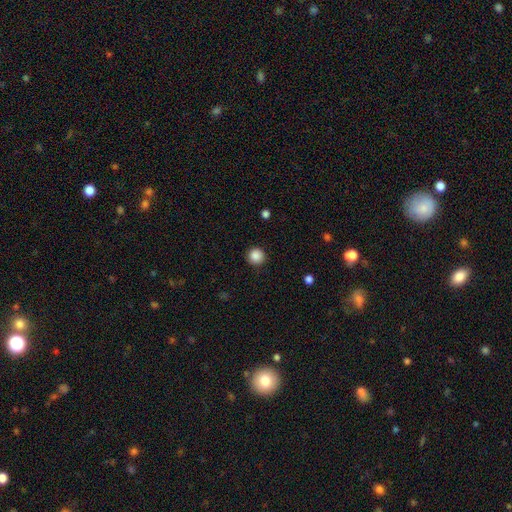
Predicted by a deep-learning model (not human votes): This appears to be a smooth galaxy with no disk features (88%) that is round (95%). Merging: none (92%).